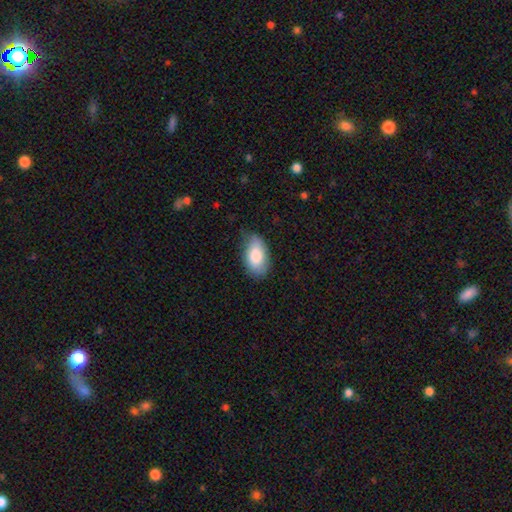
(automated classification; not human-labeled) Overall: smooth (81%). How rounded: in between (93%). Merging: none (66%; minor disturbance 27%).